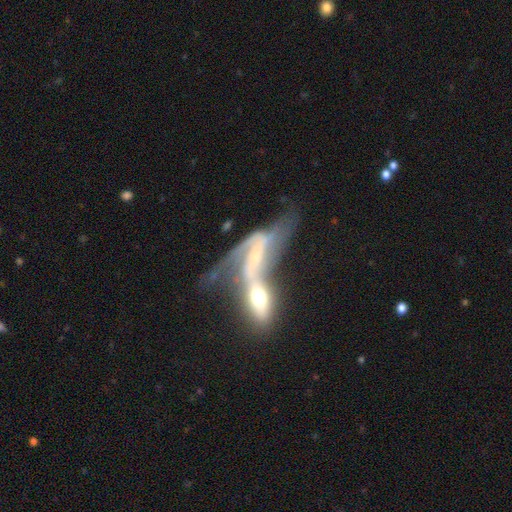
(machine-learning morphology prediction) A featured or disk galaxy (72%) with no bar (44%), spiral arms (77%) and a small central bulge (43%). Merging: merger (69%).